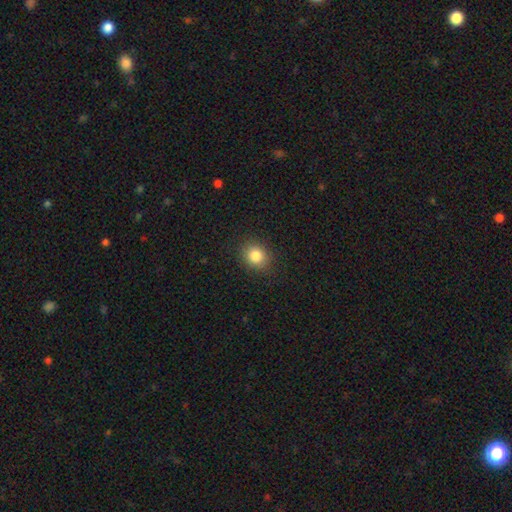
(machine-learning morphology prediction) Overall: smooth (84%). How rounded: round (74%). Merging: none (88%).